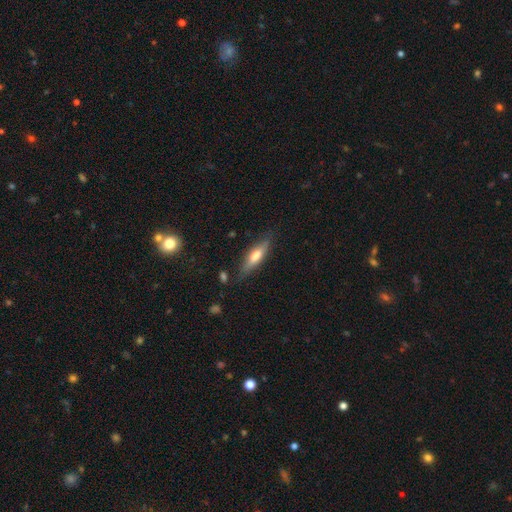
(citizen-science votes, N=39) smooth_or_featured: featured or disk (p=0.62) [alt: smooth p=0.33]
disk_edge_on: yes (p=0.88) [alt: no p=0.12]
edge_on_bulge: rounded (p=0.76) [alt: boxy p=0.19]
merging: none (p=0.68) [alt: minor disturbance p=0.22]